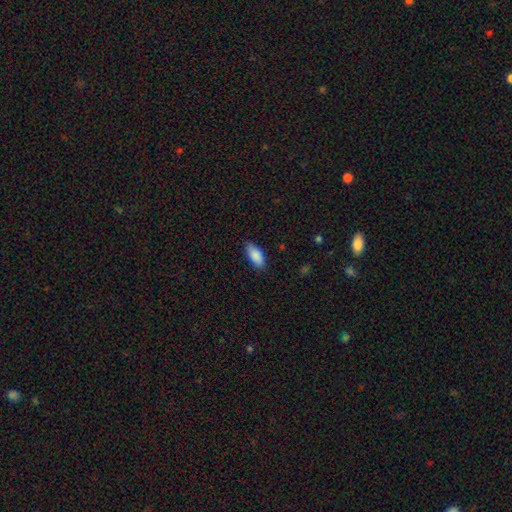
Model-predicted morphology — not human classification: This appears to be a smooth galaxy with no disk features (88%) that is in between round and cigar-shaped (89%). Merging: none (82%).